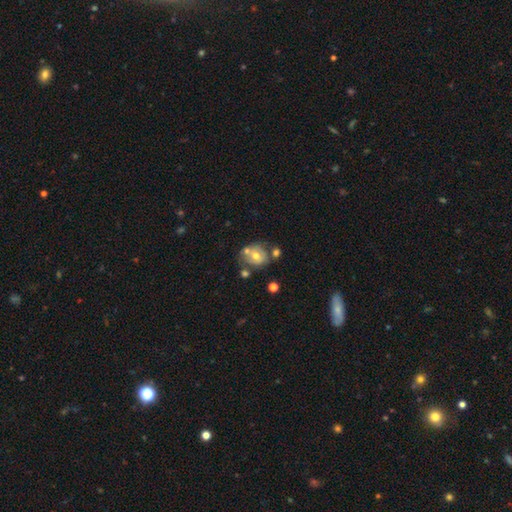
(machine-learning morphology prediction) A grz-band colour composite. It shows a smooth galaxy with no disk features (48%). Merging: none (54%).